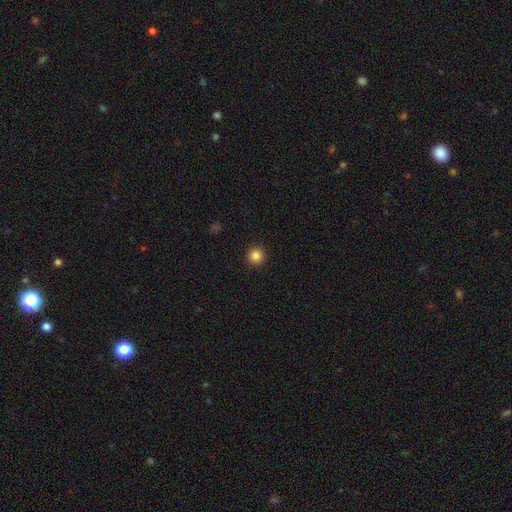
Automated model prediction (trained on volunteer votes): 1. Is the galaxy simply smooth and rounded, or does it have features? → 85% smooth, 11% star or artifact, 4% featured or disk.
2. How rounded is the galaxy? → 95% round, 4% in between, 1% cigar-shaped.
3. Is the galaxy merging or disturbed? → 93% none, 4% minor disturbance, 2% major disturbance, 1% merger.